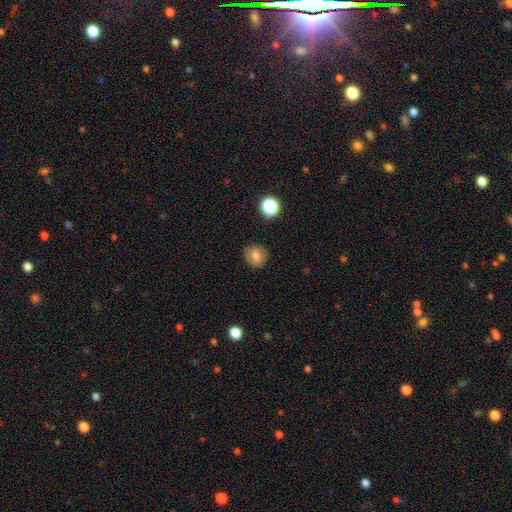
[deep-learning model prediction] Smooth or featured?
  - smooth: 77% *
  - star or artifact: 12%
  - featured or disk: 11%
How rounded?
  - round: 83% *
  - in between: 16%
  - cigar-shaped: 1%
Merging?
  - none: 87% *
  - minor disturbance: 9%
  - major disturbance: 2%
  - merger: 1%